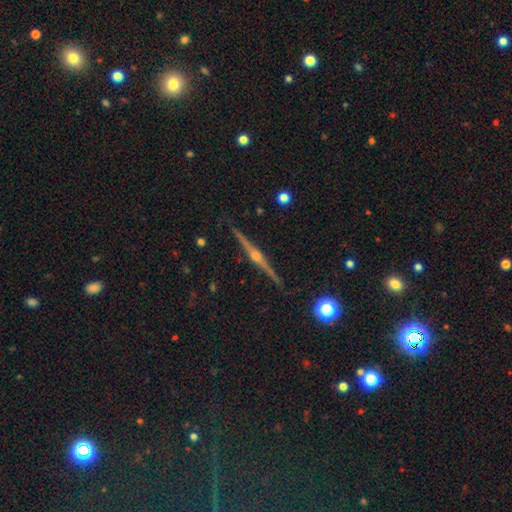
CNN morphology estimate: Smooth or featured? Predicted: featured or disk (p=0.87). Edge-on disk? Predicted: yes (p=0.99). Edge-on bulge? Predicted: rounded (p=0.92). Merging? Predicted: none (p=0.93).